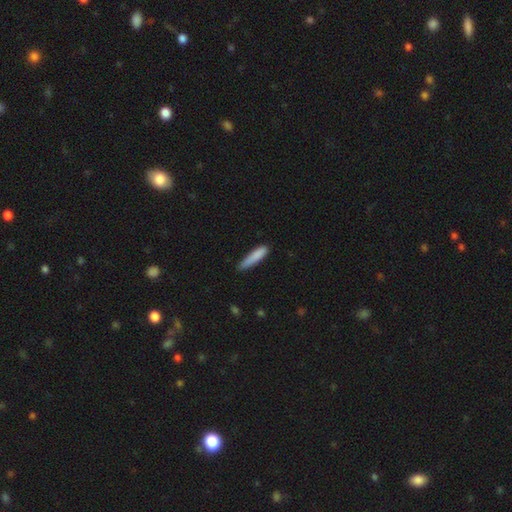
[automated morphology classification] Smooth or featured: smooth — 85% (featured or disk — 9%)
How rounded: cigar-shaped — 84% (in between — 15%)
Merging: none — 70% (minor disturbance — 24%)